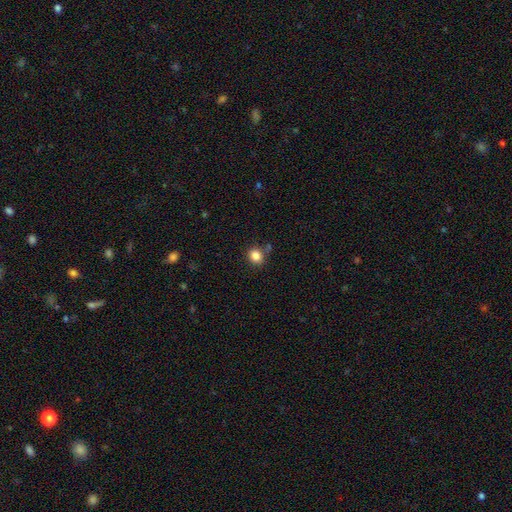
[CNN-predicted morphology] A smooth galaxy with no disk features (84%) that is round (74%). Merging: none (80%).